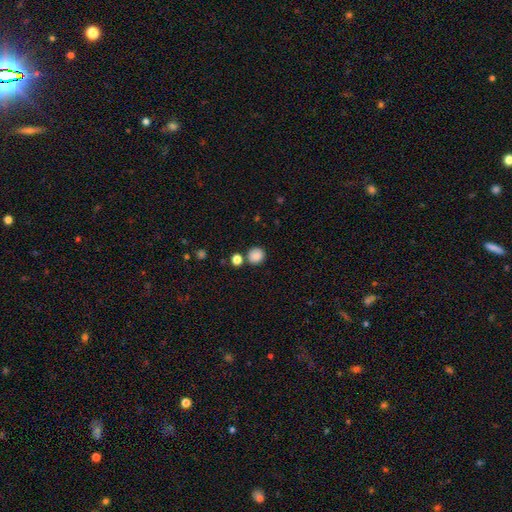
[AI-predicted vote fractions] Q: Smooth or featured?
A: smooth (86%); runner-up: star or artifact (10%)
Q: How rounded?
A: round (89%); runner-up: in between (10%)
Q: Merging?
A: none (79%); runner-up: merger (10%)